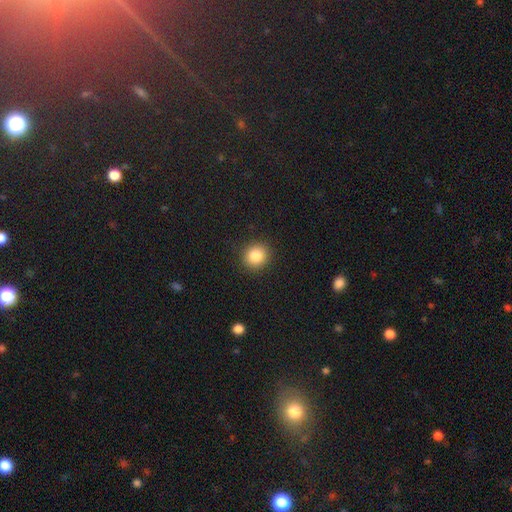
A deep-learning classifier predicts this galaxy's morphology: type=smooth (84%); roundness=round (84%); merging=none (91%).